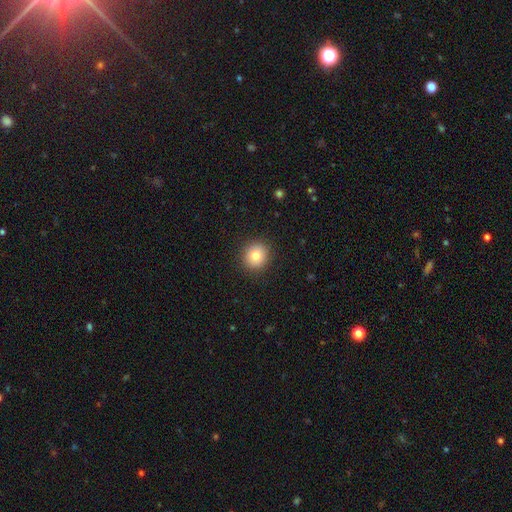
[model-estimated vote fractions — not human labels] smooth 79%, featured or disk 11%, star or artifact 11%. Down the decision tree: how rounded — round (86%); merging — none (90%).